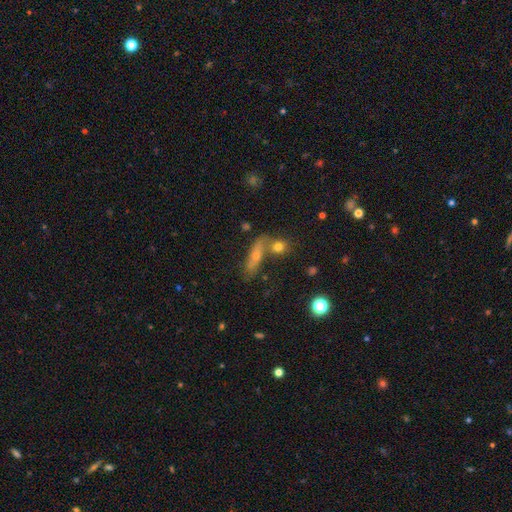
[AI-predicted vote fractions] This is possibly a smooth galaxy (47%). Merging: possibly none (58%).